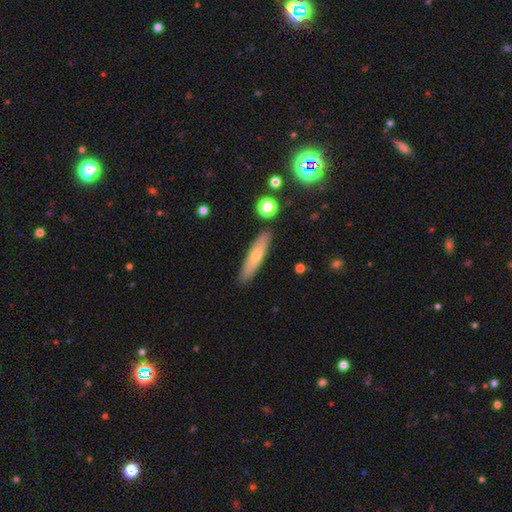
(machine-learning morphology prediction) Smooth or featured?
  - smooth: 58% *
  - featured or disk: 34%
  - star or artifact: 7%
How rounded?
  - cigar-shaped: 83% *
  - in between: 15%
  - round: 2%
Merging?
  - none: 88% *
  - minor disturbance: 8%
  - merger: 2%
  - major disturbance: 2%